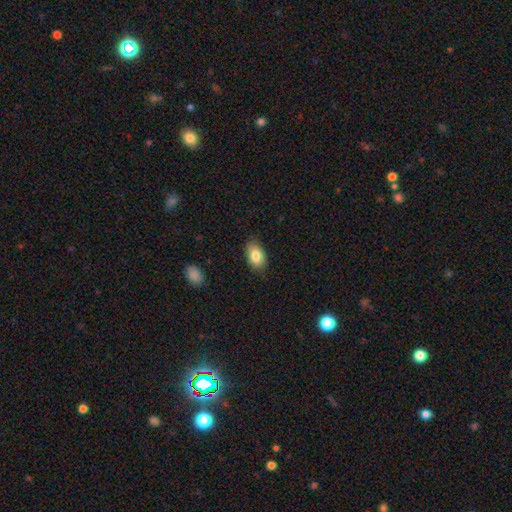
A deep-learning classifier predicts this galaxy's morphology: Smooth or featured? smooth (82%)
How rounded? in between (90%)
Merging? none (83%)